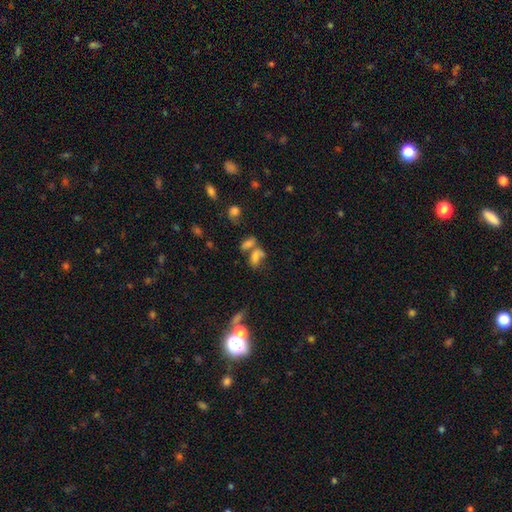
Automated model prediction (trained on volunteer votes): The model was most divided on "merging": merger: 52%, none: 28%, minor disturbance: 11%, major disturbance: 9%. More confident: how rounded — in between (80%); smooth or featured — smooth (62%).